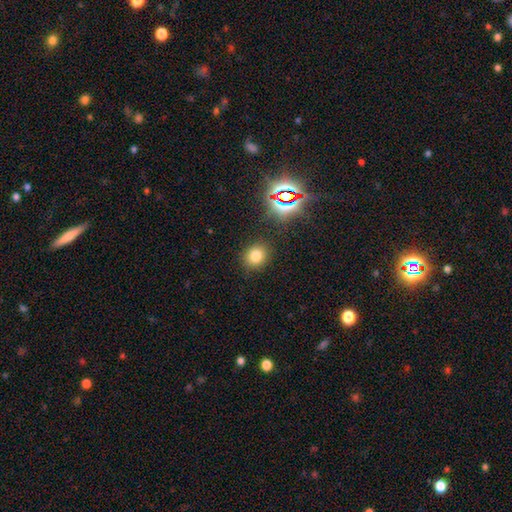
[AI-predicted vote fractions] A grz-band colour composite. It shows a smooth galaxy with no disk features (74%) that is round (70%). Merging: none (86%).